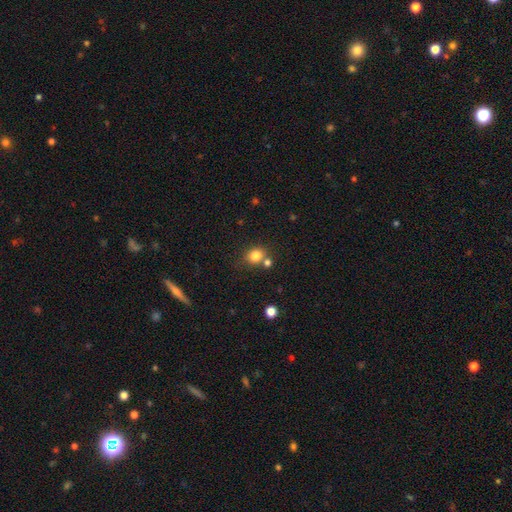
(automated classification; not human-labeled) smooth-or-featured: smooth: 82% | star or artifact: 12% | featured or disk: 6%
  how-rounded: round: 72% | in between: 27% | cigar-shaped: 1%
  merging: none: 65% | merger: 20% | minor disturbance: 11% | major disturbance: 4%